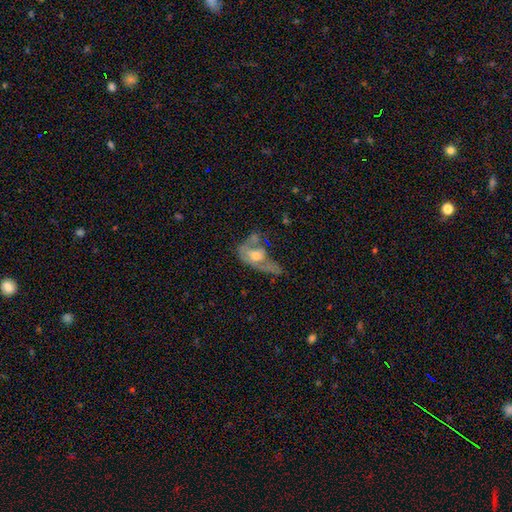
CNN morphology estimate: Overall: featured or disk (53%; smooth 39%). Edge-on disk: no (88%). Merging: major disturbance (44%; merger 20%).